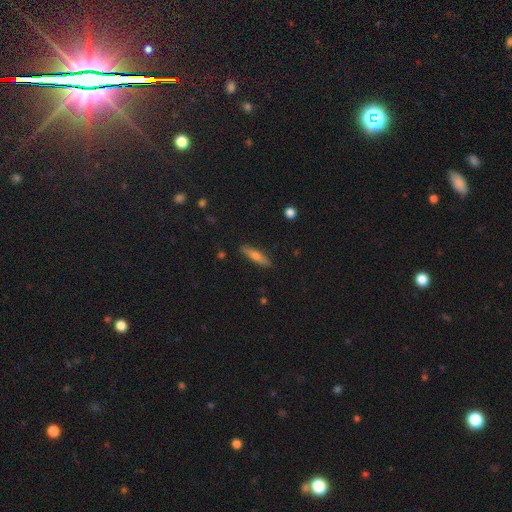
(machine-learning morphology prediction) type=smooth (59%); roundness=cigar-shaped (78%); merging=none (88%).